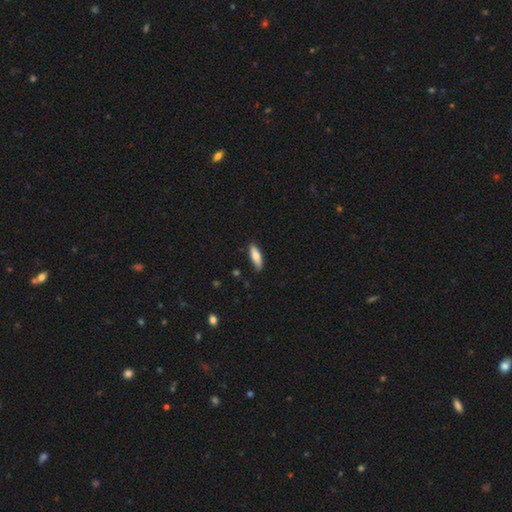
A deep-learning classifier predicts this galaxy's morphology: Smooth or featured?
  - smooth: 73% *
  - featured or disk: 21%
  - star or artifact: 6%
How rounded?
  - in between: 56% *
  - cigar-shaped: 42%
  - round: 2%
Merging?
  - none: 85% *
  - minor disturbance: 12%
  - major disturbance: 2%
  - merger: 1%